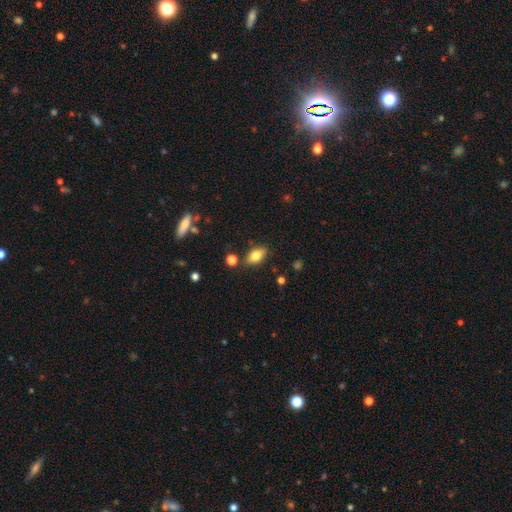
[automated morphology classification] Smooth or featured? smooth (77%)
How rounded? in between (88%)
Merging? none (81%)